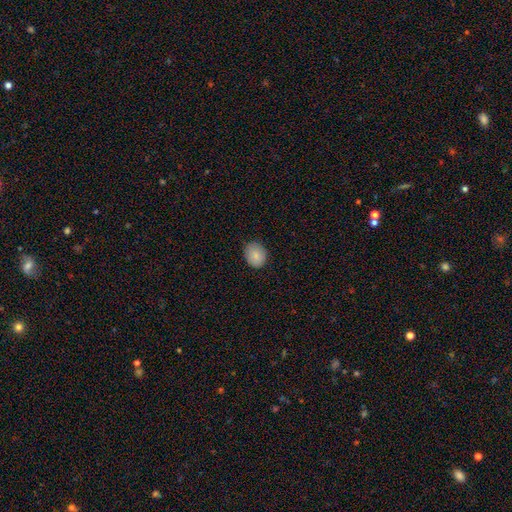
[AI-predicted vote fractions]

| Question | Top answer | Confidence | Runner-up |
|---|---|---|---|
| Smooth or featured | smooth | 86% | star or artifact (8%) |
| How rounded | round | 53% | in between (47%) |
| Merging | none | 83% | minor disturbance (13%) |